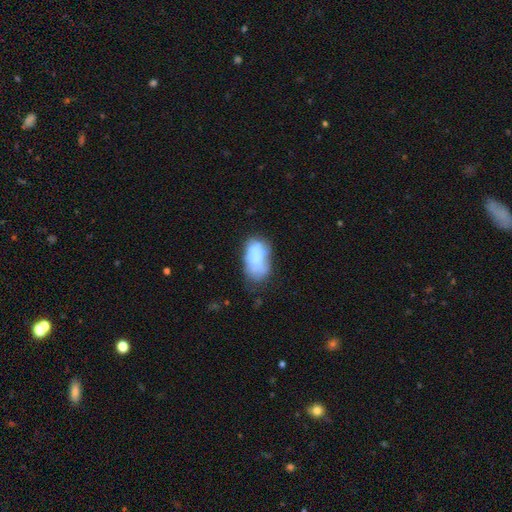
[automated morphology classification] Q: Smooth or featured?
A: smooth (66%); runner-up: featured or disk (25%)
Q: How rounded?
A: in between (93%); runner-up: round (5%)
Q: Merging?
A: none (46%); runner-up: minor disturbance (32%)